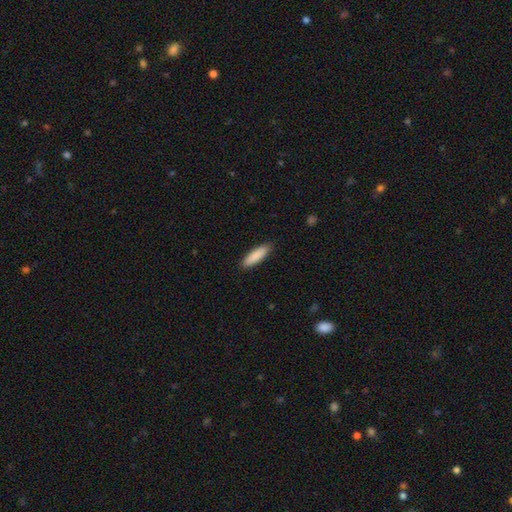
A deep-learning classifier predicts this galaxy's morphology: This appears to be a smooth galaxy with no disk features (89%) that is cigar-shaped (66%). Merging: none (89%).